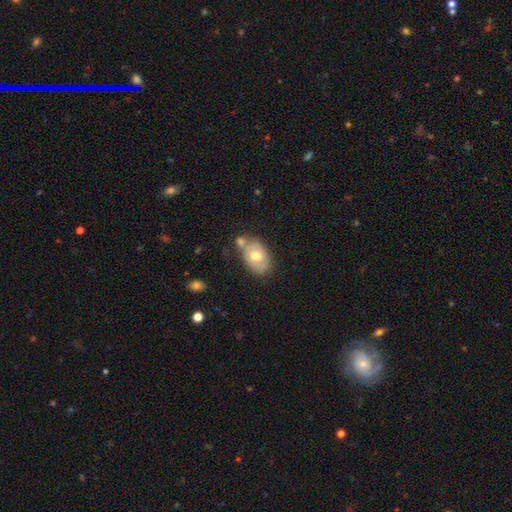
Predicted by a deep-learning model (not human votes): A smooth galaxy with no disk features (57%) that is in between round and cigar-shaped (81%). Merging: none (49%).